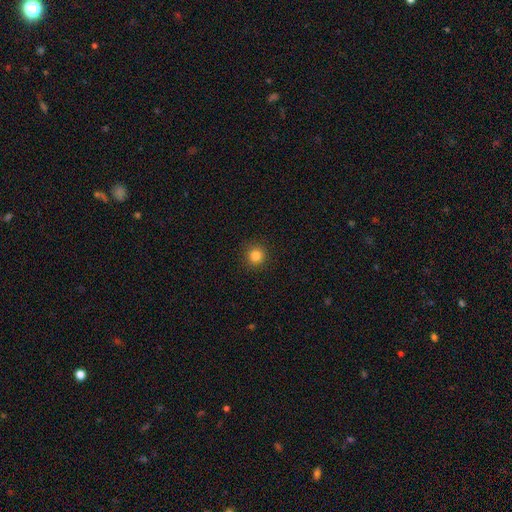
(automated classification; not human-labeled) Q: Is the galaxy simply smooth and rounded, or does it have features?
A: smooth — 83%.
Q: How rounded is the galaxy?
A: round — 95%.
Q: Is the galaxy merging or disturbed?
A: none — 92%.